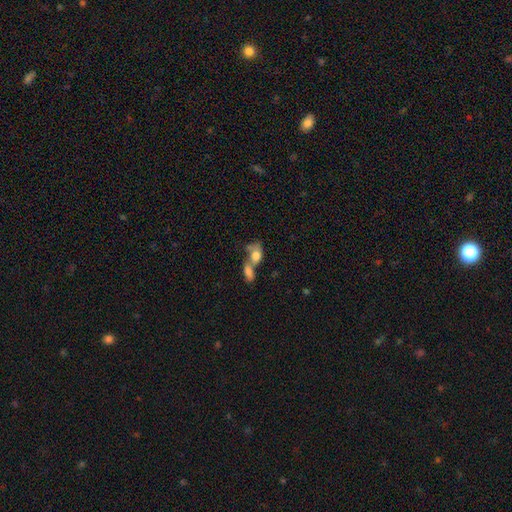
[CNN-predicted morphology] smooth-or-featured: smooth: 72% | featured or disk: 20% | star or artifact: 8%
  how-rounded: in between: 75% | round: 20% | cigar-shaped: 5%
  merging: merger: 69% | none: 16% | minor disturbance: 8% | major disturbance: 7%